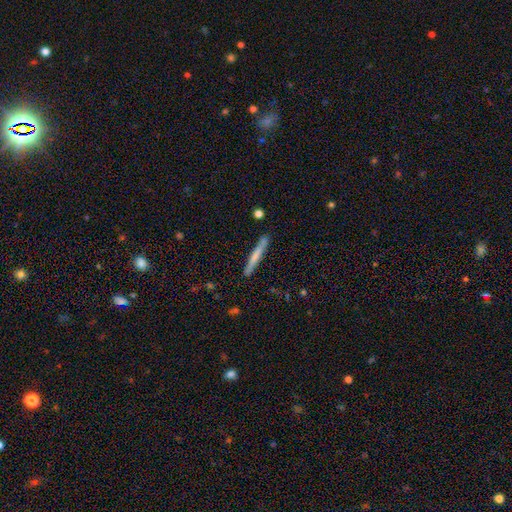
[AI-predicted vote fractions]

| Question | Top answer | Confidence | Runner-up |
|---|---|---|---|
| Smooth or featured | smooth | 61% | featured or disk (33%) |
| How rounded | cigar-shaped | 96% | in between (2%) |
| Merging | none | 88% | minor disturbance (9%) |